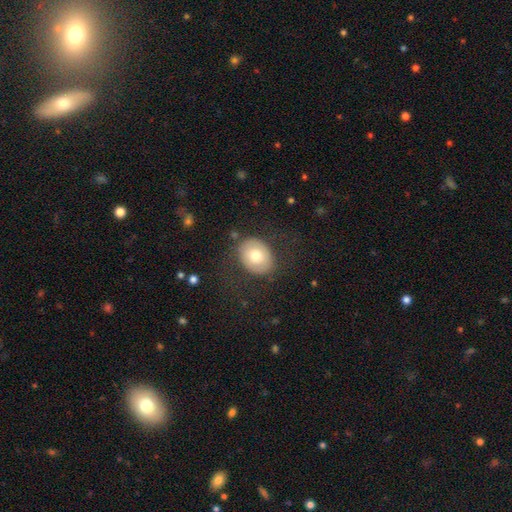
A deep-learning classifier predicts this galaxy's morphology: Smooth or featured? smooth (69%)
How rounded? in between (56%)
Merging? none (76%)